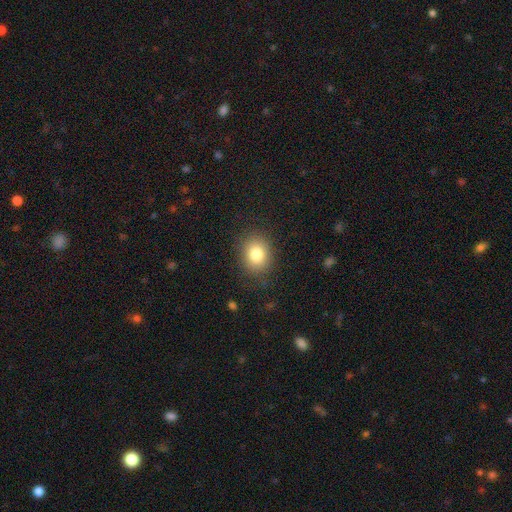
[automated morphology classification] A smooth galaxy with no disk features (83%) that is round (55%).

Vote fractions:
- Smooth or featured? smooth: 83% / star or artifact: 10% / featured or disk: 8%
- How rounded? round: 55% / in between: 44% / cigar-shaped: 1%
- Merging? none: 85% / minor disturbance: 10% / major disturbance: 4% / merger: 1%